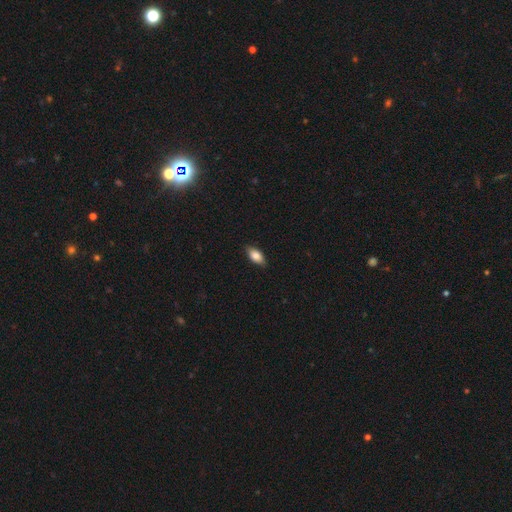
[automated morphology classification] smooth_or_featured: smooth (p=0.82) [alt: featured or disk p=0.12]
how_rounded: in between (p=0.89) [alt: cigar-shaped p=0.07]
merging: none (p=0.86) [alt: minor disturbance p=0.11]